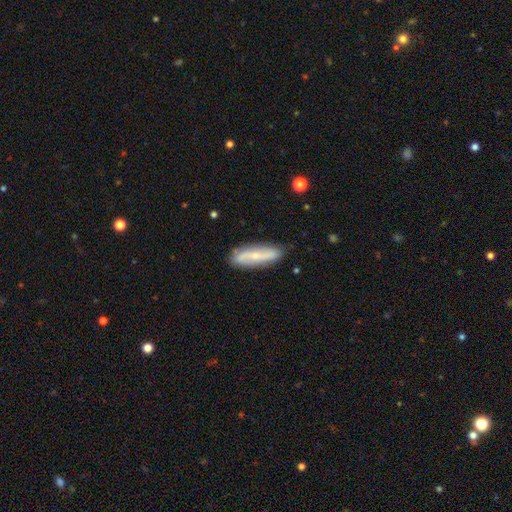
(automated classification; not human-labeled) Morphology: type=featured or disk (62%); edge-on=no (71%); merging=none (84%).